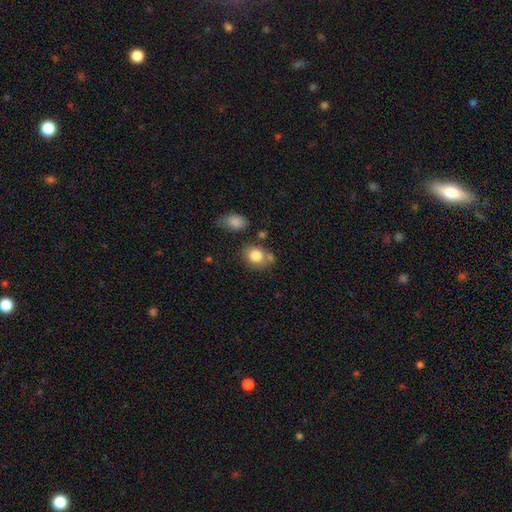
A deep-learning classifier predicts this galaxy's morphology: Q: Smooth or featured?
A: smooth (82%); runner-up: featured or disk (9%)
Q: How rounded?
A: round (56%); runner-up: in between (43%)
Q: Merging?
A: none (63%); runner-up: minor disturbance (19%)